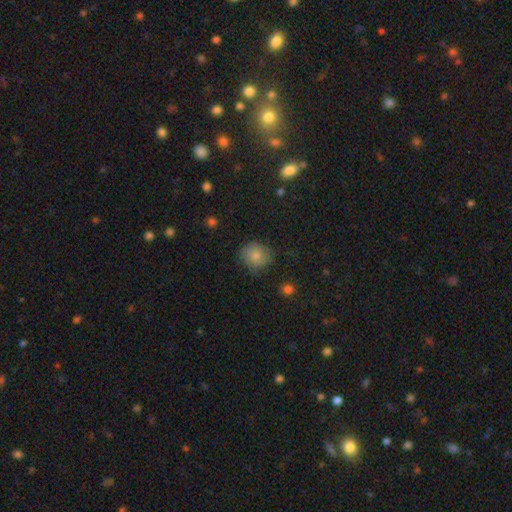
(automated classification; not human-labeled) smooth 79%, featured or disk 11%, star or artifact 10%. Down the decision tree: how rounded — round (79%); merging — none (70%).